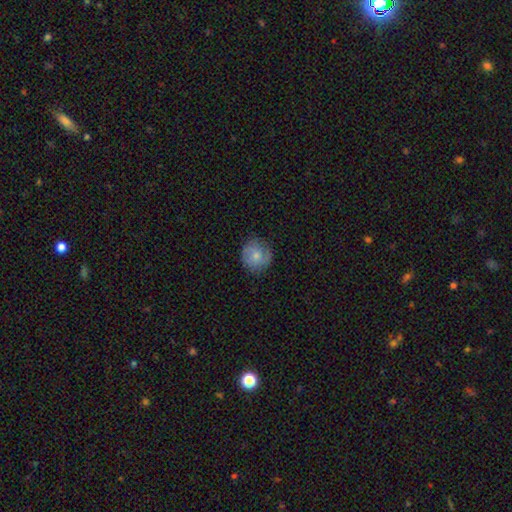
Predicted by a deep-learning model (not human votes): This is likely a smooth galaxy (68%). How rounded: clearly round (90%). Merging: likely none (79%).